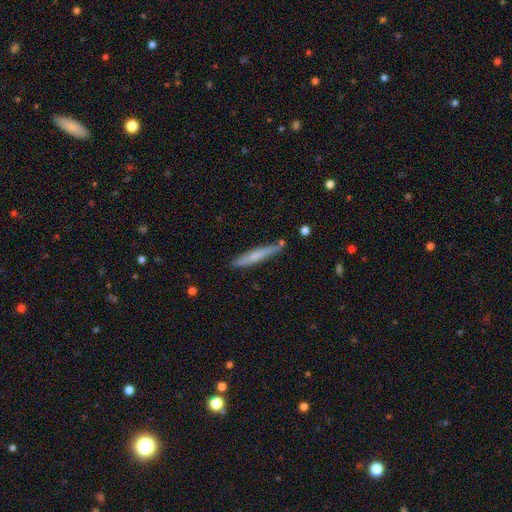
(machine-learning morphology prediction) Smooth or featured? Predicted: smooth (p=0.58). How rounded? Predicted: cigar-shaped (p=0.95). Merging? Predicted: none (p=0.80).